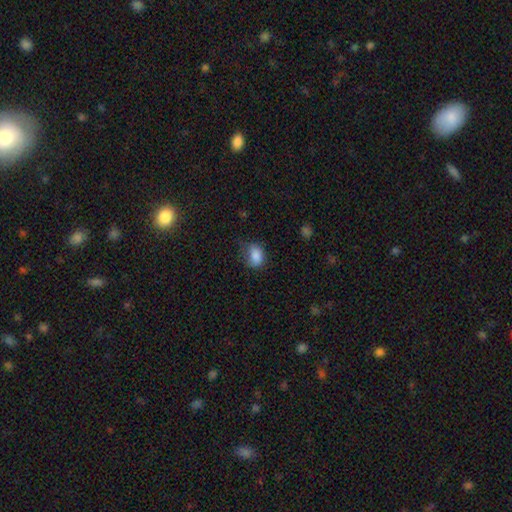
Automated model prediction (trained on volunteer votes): Q: Smooth or featured?
A: smooth (85%); runner-up: star or artifact (9%)
Q: How rounded?
A: in between (68%); runner-up: round (31%)
Q: Merging?
A: none (54%); runner-up: minor disturbance (32%)